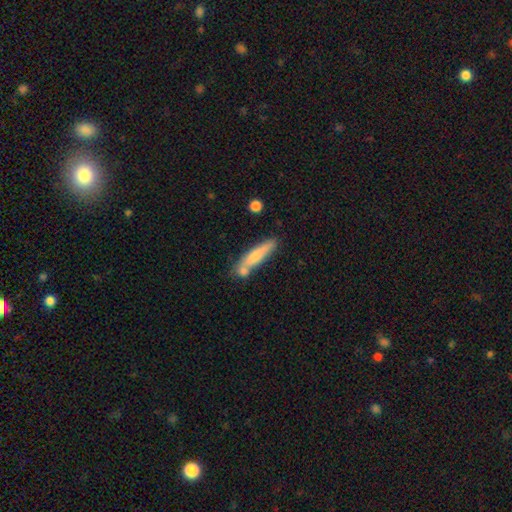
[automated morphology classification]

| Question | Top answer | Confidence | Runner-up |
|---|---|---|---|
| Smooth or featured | smooth | 69% | featured or disk (25%) |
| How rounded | cigar-shaped | 84% | in between (14%) |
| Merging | none | 59% | merger (20%) |